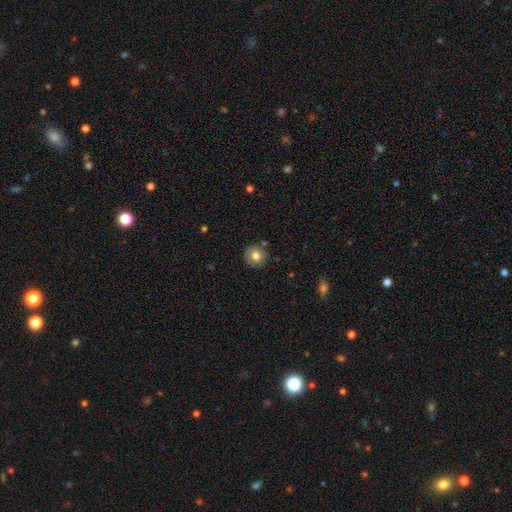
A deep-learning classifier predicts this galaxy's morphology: smooth 75%, featured or disk 15%, star or artifact 9%. Down the decision tree: how rounded — round (91%); merging — none (85%).